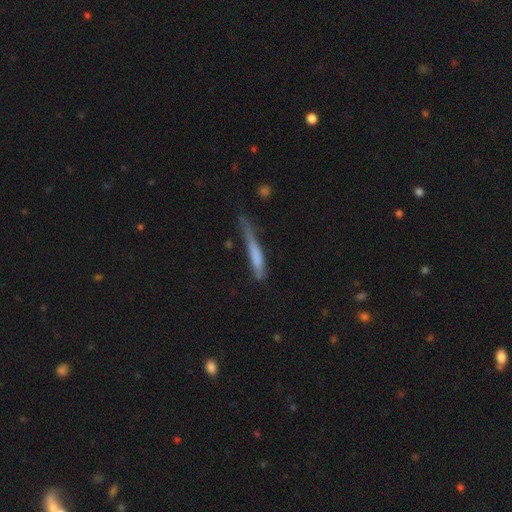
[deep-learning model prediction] This is likely a smooth galaxy (64%). How rounded: clearly cigar-shaped (94%). Merging: possibly none (47%).